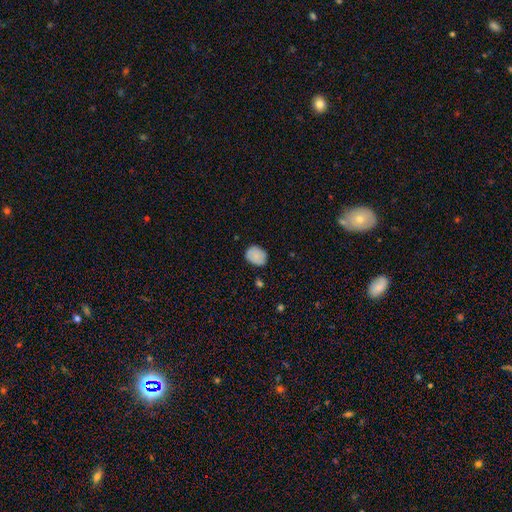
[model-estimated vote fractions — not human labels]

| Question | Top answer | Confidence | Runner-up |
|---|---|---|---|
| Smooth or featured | smooth | 86% | star or artifact (8%) |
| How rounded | in between | 55% | round (44%) |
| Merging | none | 78% | minor disturbance (18%) |